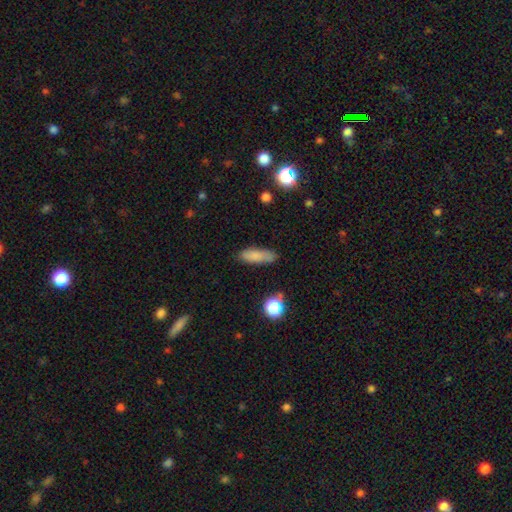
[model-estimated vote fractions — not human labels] Overall: smooth (81%). How rounded: in between (54%; cigar-shaped 43%). Merging: none (77%).